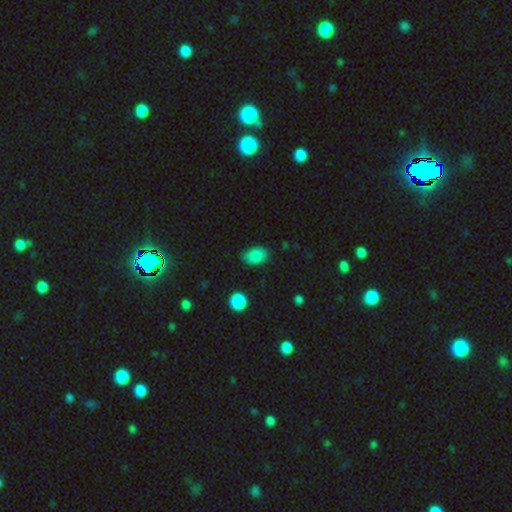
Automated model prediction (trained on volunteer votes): smooth-or-featured: smooth: 86% | star or artifact: 8% | featured or disk: 6%
  how-rounded: in between: 85% | round: 14% | cigar-shaped: 1%
  merging: none: 80% | minor disturbance: 15% | major disturbance: 3% | merger: 2%